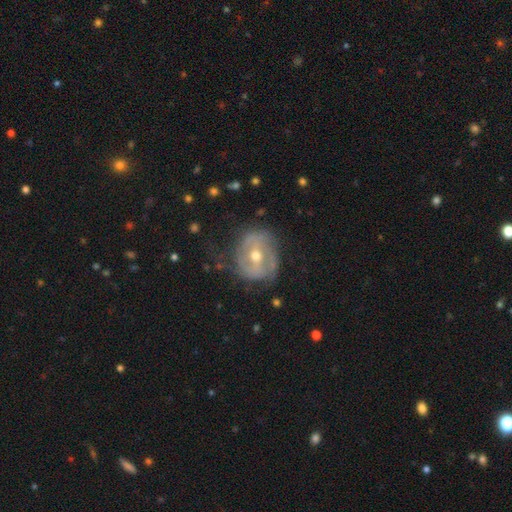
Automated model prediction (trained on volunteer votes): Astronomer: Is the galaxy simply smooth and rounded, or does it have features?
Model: featured or disk — 76%.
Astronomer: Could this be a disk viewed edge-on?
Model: no — 96%.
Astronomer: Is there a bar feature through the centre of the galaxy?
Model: weak — 42% (runner-up: no, 33%).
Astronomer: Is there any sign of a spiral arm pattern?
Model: yes — 75%.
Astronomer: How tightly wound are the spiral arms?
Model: tight — 45% (runner-up: medium, 36%).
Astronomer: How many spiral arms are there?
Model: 2 — 53% (runner-up: can't tell, 28%).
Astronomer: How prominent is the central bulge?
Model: moderate — 65%.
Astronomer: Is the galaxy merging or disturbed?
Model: none — 64%.